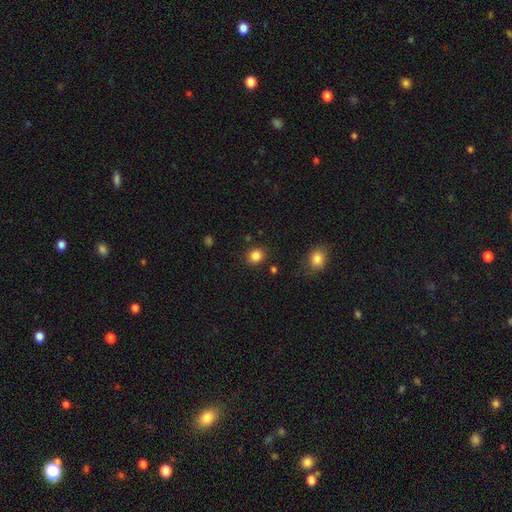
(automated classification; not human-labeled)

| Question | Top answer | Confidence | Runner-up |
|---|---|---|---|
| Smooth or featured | smooth | 85% | star or artifact (11%) |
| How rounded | round | 79% | in between (20%) |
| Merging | none | 87% | minor disturbance (8%) |